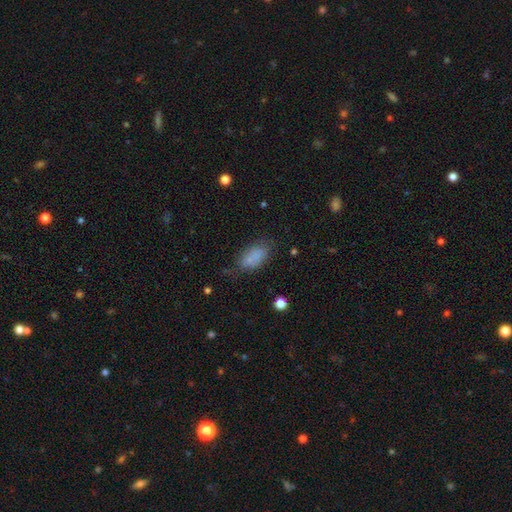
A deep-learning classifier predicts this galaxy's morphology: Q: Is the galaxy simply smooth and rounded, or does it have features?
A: smooth — 82%.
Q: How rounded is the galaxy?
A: in between — 90%.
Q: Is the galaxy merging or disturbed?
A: none — 63%.